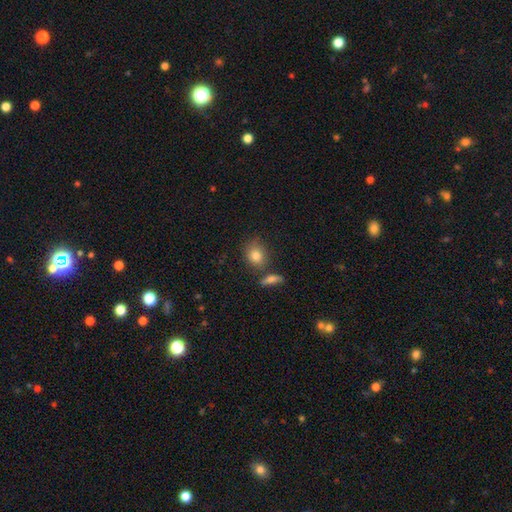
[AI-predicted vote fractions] Q: Smooth or featured?
A: smooth (82%); runner-up: featured or disk (9%)
Q: How rounded?
A: round (65%); runner-up: in between (33%)
Q: Merging?
A: none (68%); runner-up: minor disturbance (14%)